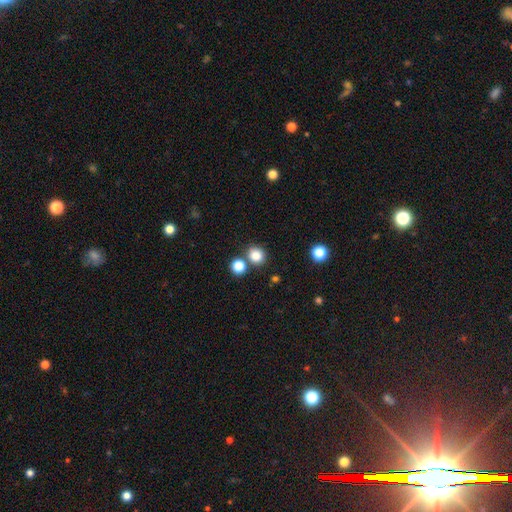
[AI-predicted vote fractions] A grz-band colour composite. It shows a smooth galaxy with no disk features (83%) that is round (79%). Merging: none (73%).